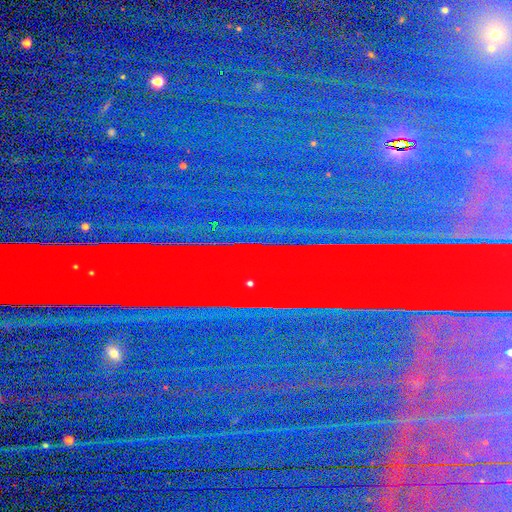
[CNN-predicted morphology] Smooth or featured?
  - star or artifact: 85% *
  - featured or disk: 8%
  - smooth: 7%